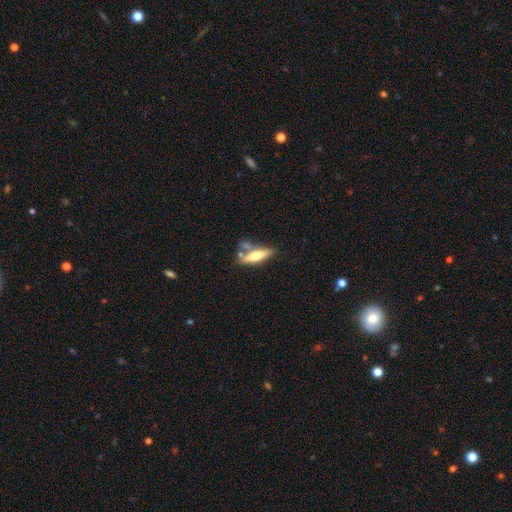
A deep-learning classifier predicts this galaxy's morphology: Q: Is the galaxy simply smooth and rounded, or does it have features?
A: featured or disk — 47%, tied with smooth.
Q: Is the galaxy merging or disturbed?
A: none — 56%.